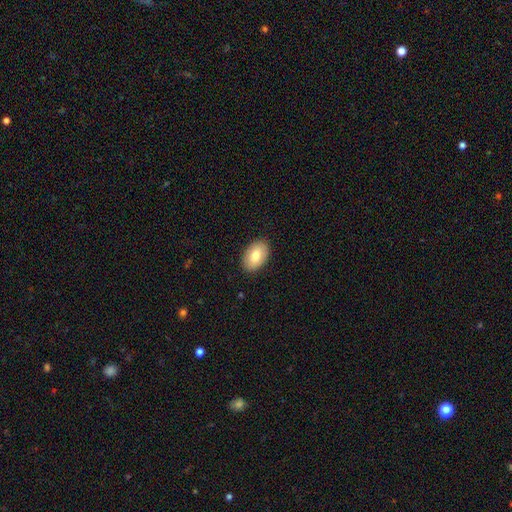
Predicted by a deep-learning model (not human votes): The model was most divided on "smooth or featured": smooth: 78%, featured or disk: 15%, star or artifact: 7%. More confident: how rounded — in between (90%); merging — none (89%).